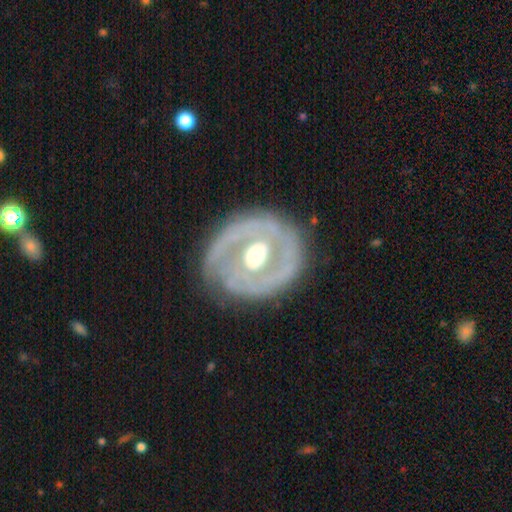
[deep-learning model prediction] Morphology: type=featured or disk (80%); edge-on=no (96%); bar=no (58%); spiral arms=yes (60%); bulge=moderate (73%); merging=none (72%).